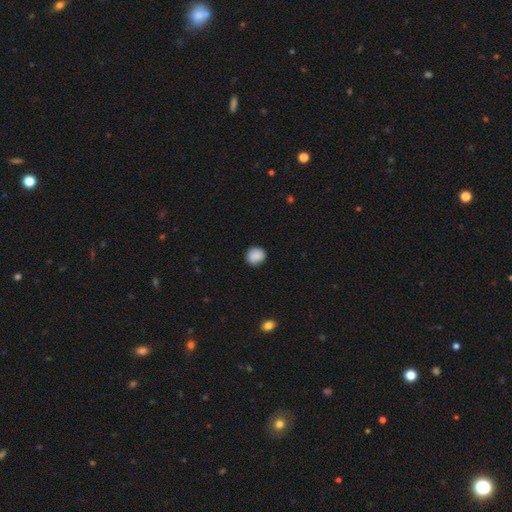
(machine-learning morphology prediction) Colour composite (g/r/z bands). It shows a smooth galaxy with no disk features (89%) that is round (78%). Merging: none (84%).